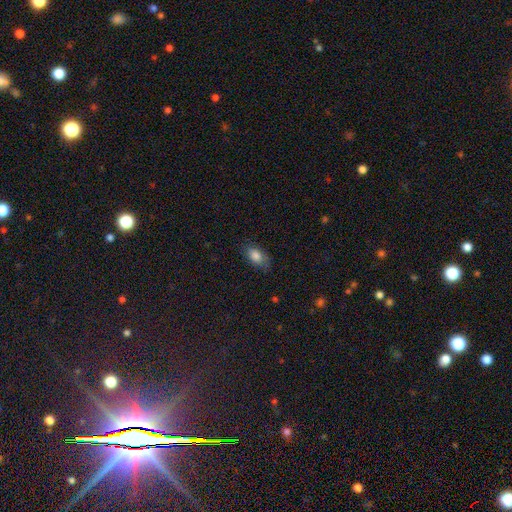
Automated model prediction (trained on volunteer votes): Overall: smooth (83%). How rounded: in between (89%). Merging: none (78%).